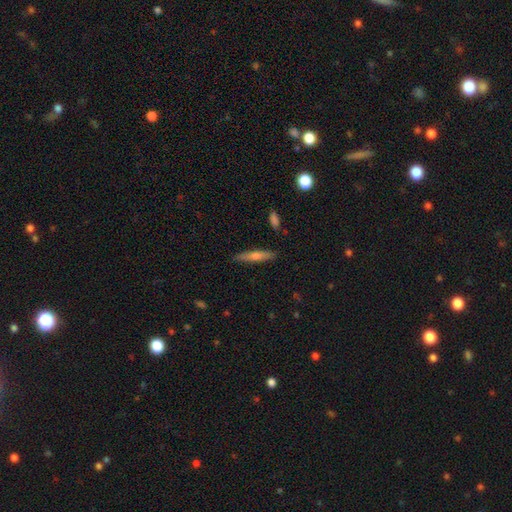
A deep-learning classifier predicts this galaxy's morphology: type=smooth (57%); roundness=cigar-shaped (89%); merging=none (88%).